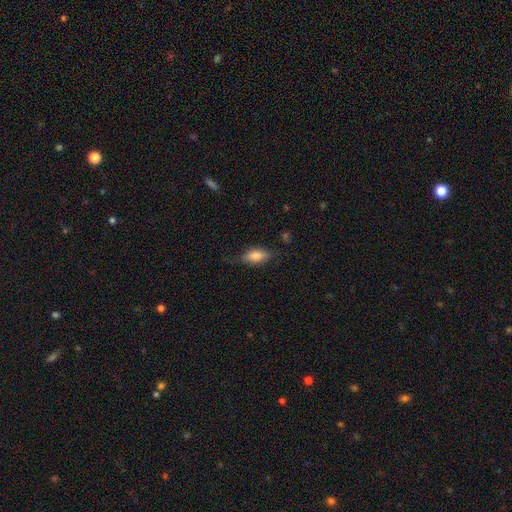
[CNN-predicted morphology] Overall: smooth (72%). How rounded: in between (81%). Merging: none (67%).